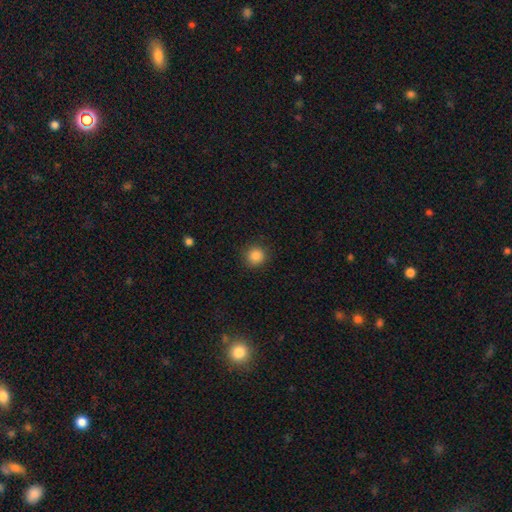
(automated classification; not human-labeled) Smooth or featured? smooth (85%)
How rounded? round (93%)
Merging? none (89%)